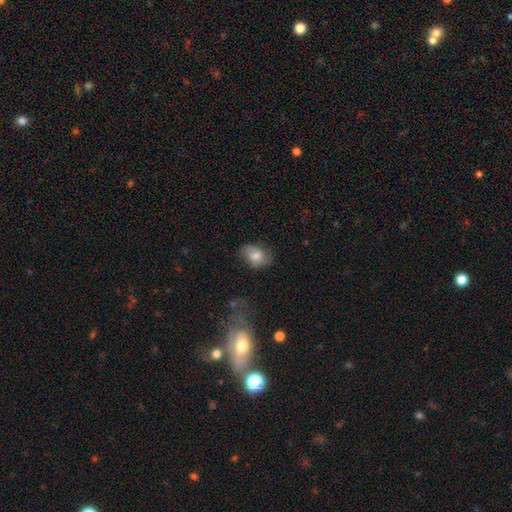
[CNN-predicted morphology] Smooth or featured?
  - smooth: 76% *
  - featured or disk: 17%
  - star or artifact: 8%
How rounded?
  - in between: 79% *
  - round: 20%
  - cigar-shaped: 1%
Merging?
  - none: 66% *
  - minor disturbance: 25%
  - major disturbance: 7%
  - merger: 2%